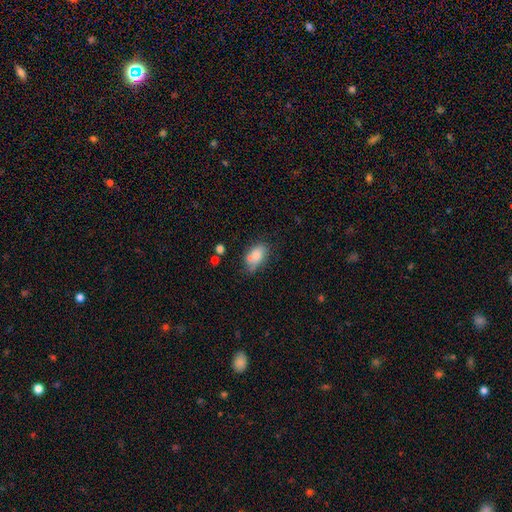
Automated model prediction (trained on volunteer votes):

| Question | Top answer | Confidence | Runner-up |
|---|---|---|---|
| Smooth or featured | smooth | 78% | featured or disk (13%) |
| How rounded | in between | 86% | round (12%) |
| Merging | none | 48% | minor disturbance (26%) |